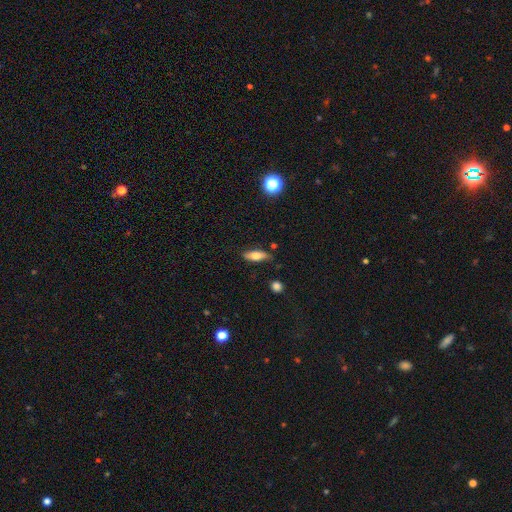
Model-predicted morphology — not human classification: type=smooth (66%); roundness=in between (60%); merging=none (78%).